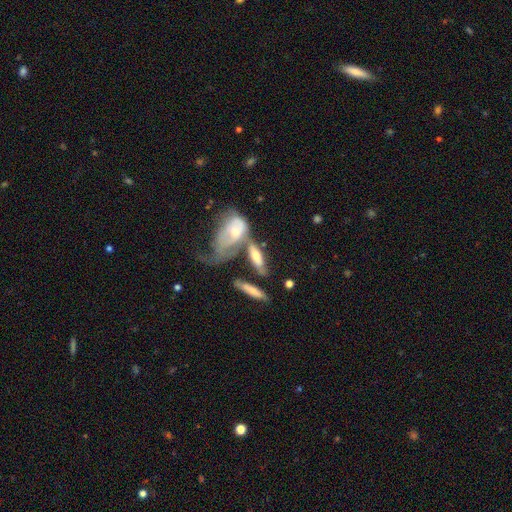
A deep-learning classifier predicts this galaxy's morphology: A featured or disk galaxy (50%).

Vote fractions:
- Smooth or featured? featured or disk: 50% / smooth: 42% / star or artifact: 8%
- Merging? merger: 44% / none: 23% / major disturbance: 18% / minor disturbance: 15%